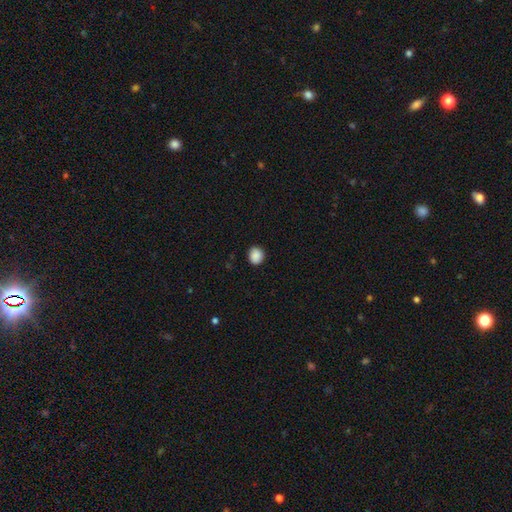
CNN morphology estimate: Overall: smooth (89%). How rounded: round (80%). Merging: none (89%).